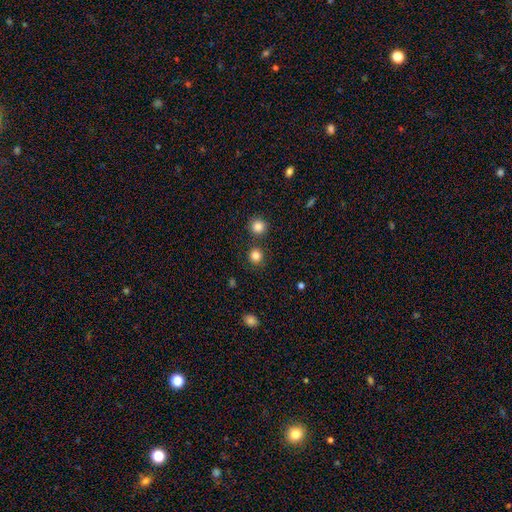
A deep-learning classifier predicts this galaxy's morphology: Smooth or featured? Predicted: smooth (p=0.83). How rounded? Predicted: round (p=0.90). Merging? Predicted: none (p=0.83).